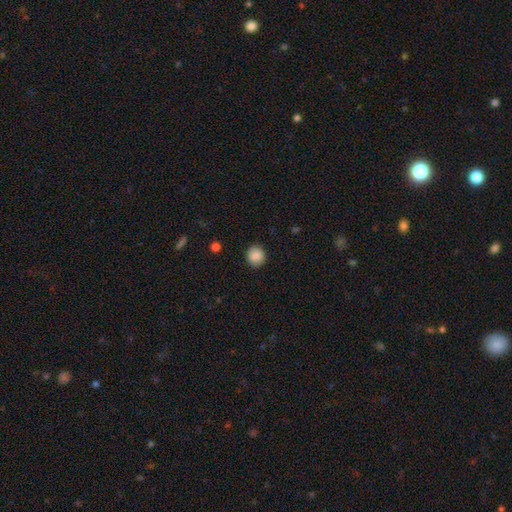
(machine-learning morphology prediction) This appears to be a smooth galaxy with no disk features (87%) that is round (86%). Merging: none (91%).